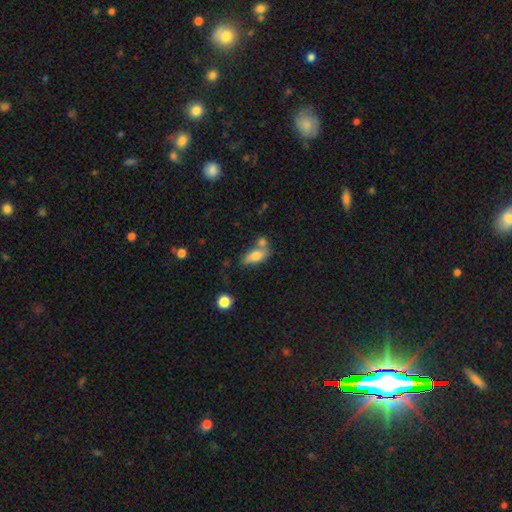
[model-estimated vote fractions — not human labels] smooth 72%, featured or disk 20%, star or artifact 8%. Down the decision tree: how rounded — in between (77%); merging — none (49%).